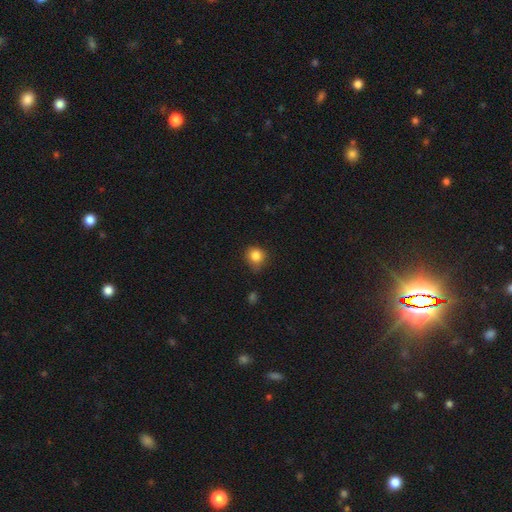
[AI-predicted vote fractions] Overall: smooth (84%). How rounded: round (87%). Merging: none (71%).